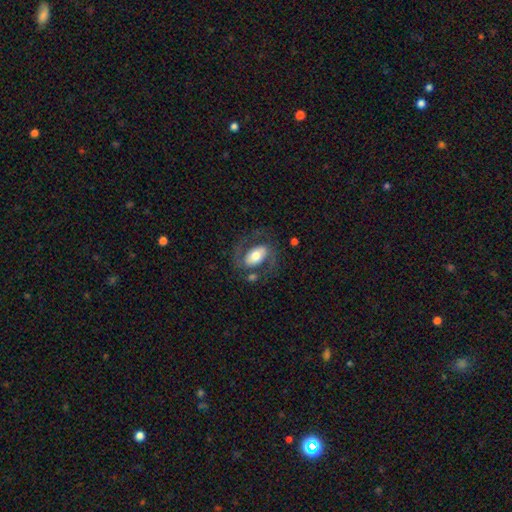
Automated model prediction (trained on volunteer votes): smooth_or_featured: featured or disk (p=0.63) [alt: smooth p=0.31]
disk_edge_on: no (p=0.94) [alt: yes p=0.06]
bar: no (p=0.38) [alt: strong p=0.32]
has_spiral_arms: yes (p=0.74) [alt: no p=0.26]
bulge_size: moderate (p=0.61) [alt: large p=0.23]
merging: none (p=0.63) [alt: minor disturbance p=0.17]